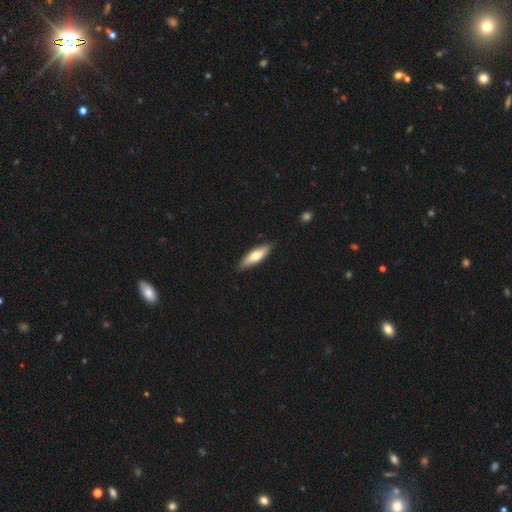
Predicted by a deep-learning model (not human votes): smooth_or_featured: smooth (p=0.64) [alt: featured or disk p=0.31]
how_rounded: cigar-shaped (p=0.57) [alt: in between p=0.41]
merging: none (p=0.88) [alt: minor disturbance p=0.09]